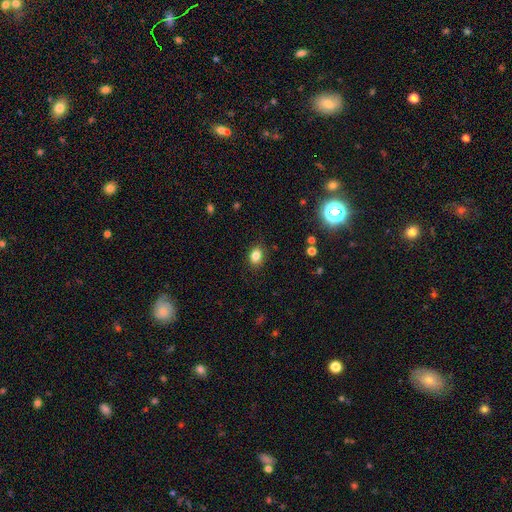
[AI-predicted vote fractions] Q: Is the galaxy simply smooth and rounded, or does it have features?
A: smooth — 83%.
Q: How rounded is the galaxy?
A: in between — 68%.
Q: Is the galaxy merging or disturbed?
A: none — 85%.